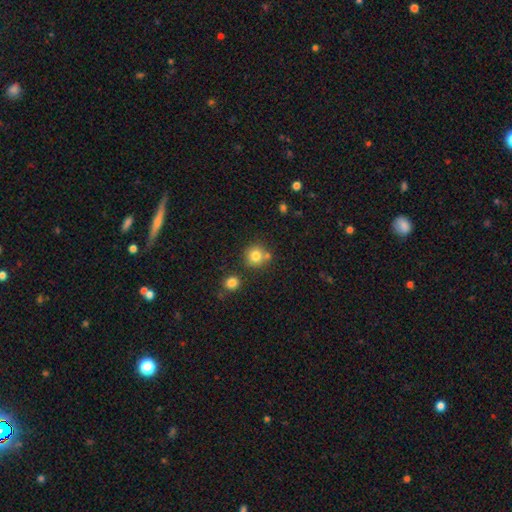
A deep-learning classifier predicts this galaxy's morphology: Smooth or featured? smooth (80%)
How rounded? round (91%)
Merging? none (70%)